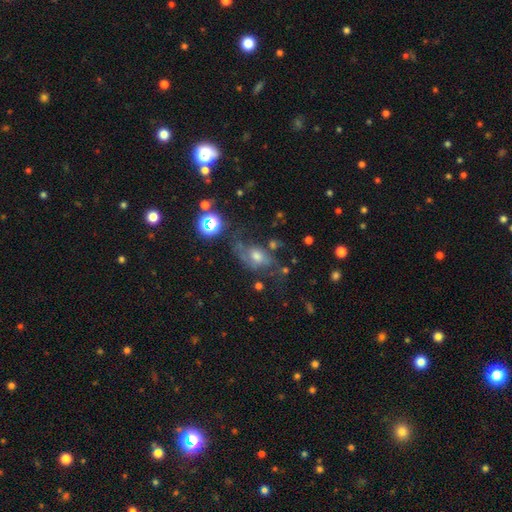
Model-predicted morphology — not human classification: Q: Smooth or featured?
A: featured or disk (40%); runner-up: smooth (33%)
Q: Merging?
A: none (47%); runner-up: major disturbance (23%)